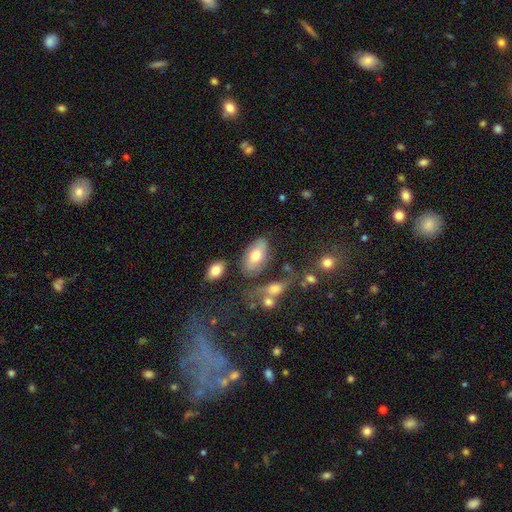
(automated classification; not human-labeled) smooth-or-featured: smooth: 69% | featured or disk: 24% | star or artifact: 8%
  how-rounded: in between: 92% | round: 5% | cigar-shaped: 3%
  merging: none: 67% | minor disturbance: 17% | merger: 10% | major disturbance: 7%